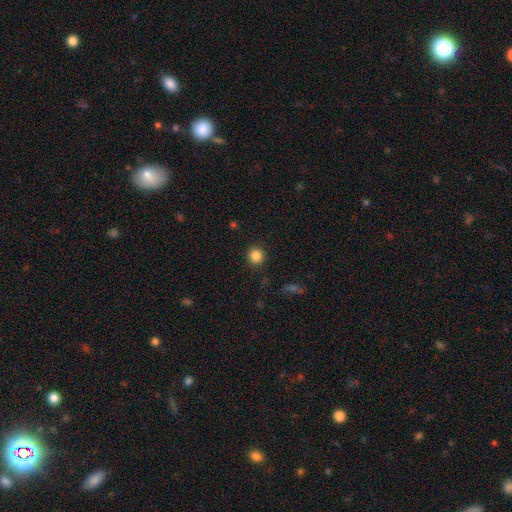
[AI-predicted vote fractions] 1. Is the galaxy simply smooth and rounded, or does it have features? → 86% smooth, 11% star or artifact, 4% featured or disk.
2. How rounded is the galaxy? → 93% round, 6% in between, 1% cigar-shaped.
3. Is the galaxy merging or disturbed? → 91% none, 5% minor disturbance, 2% major disturbance, 1% merger.